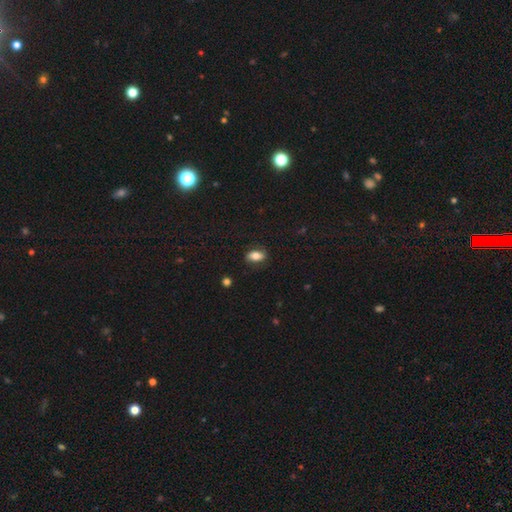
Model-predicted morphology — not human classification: This appears to be a smooth galaxy with no disk features (75%) that is in between round and cigar-shaped (84%). Merging: none (83%).